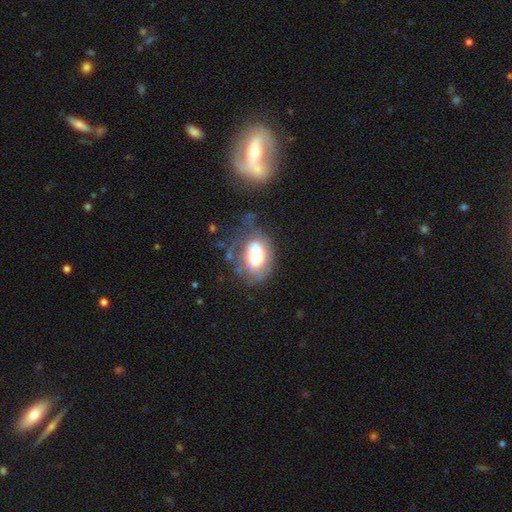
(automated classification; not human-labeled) smooth-or-featured: smooth: 57% | featured or disk: 34% | star or artifact: 9%
  how-rounded: in between: 82% | round: 16% | cigar-shaped: 2%
  merging: major disturbance: 33% | none: 31% | minor disturbance: 29% | merger: 7%